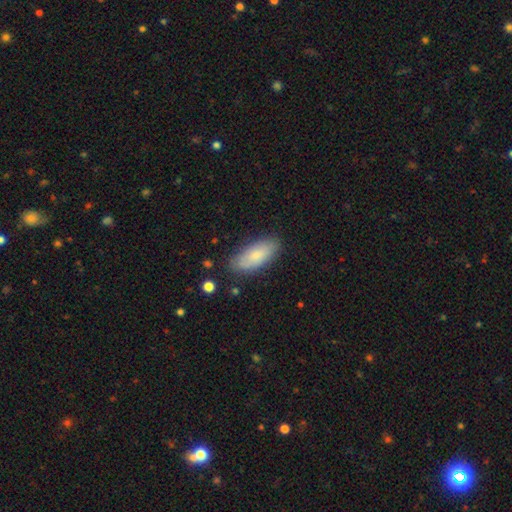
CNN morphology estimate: The model was most divided on "smooth or featured": smooth: 76%, featured or disk: 18%, star or artifact: 6%. More confident: how rounded — in between (82%); merging — none (81%).